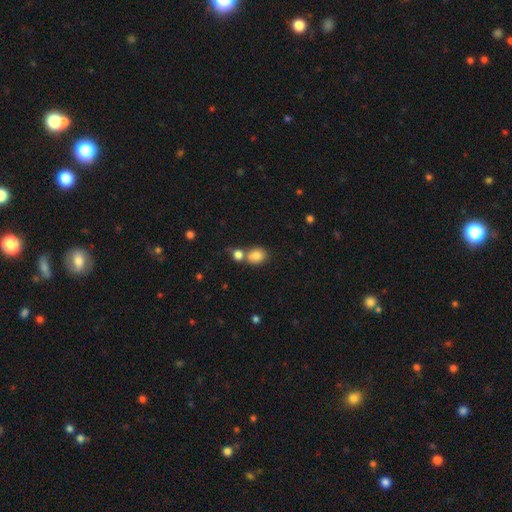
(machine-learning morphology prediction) A smooth galaxy with no disk features (82%) that is round (58%).

Vote fractions:
- Smooth or featured? smooth: 82% / star or artifact: 10% / featured or disk: 8%
- How rounded? round: 58% / in between: 41% / cigar-shaped: 1%
- Merging? none: 51% / merger: 35% / minor disturbance: 10% / major disturbance: 4%